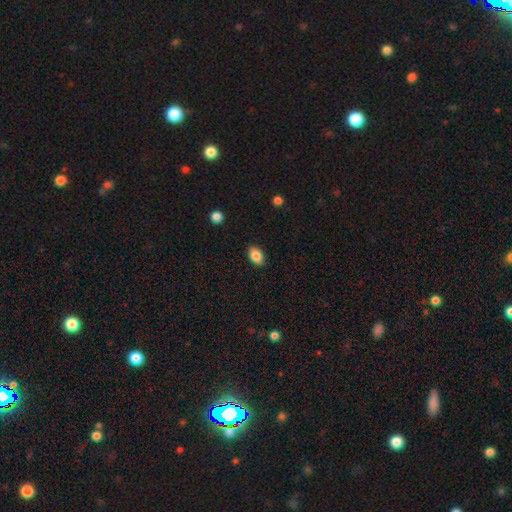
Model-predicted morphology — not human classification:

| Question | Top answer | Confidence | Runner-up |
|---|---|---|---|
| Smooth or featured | smooth | 83% | featured or disk (9%) |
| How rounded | in between | 89% | round (10%) |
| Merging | none | 86% | minor disturbance (11%) |